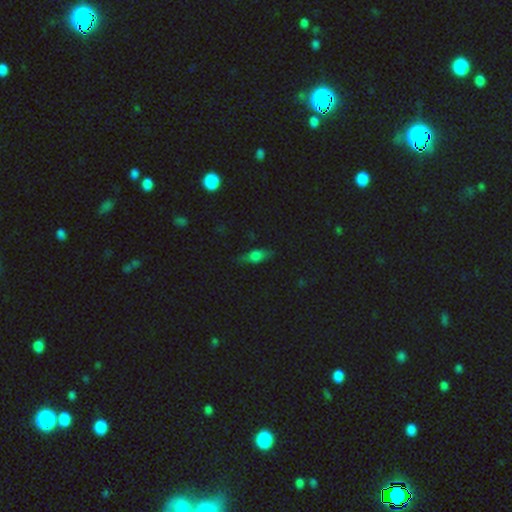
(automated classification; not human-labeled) Smooth or featured? smooth (55%)
How rounded? in between (69%)
Merging? none (72%)